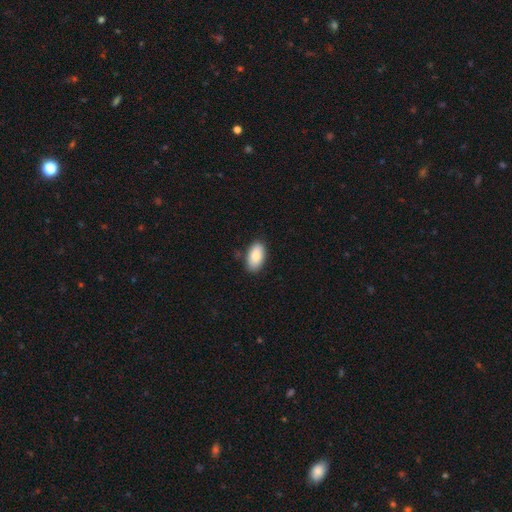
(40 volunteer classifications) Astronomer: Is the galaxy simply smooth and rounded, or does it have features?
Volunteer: smooth — 90%.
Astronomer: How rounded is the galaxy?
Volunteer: in between — 97%.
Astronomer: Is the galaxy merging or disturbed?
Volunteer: none — 87%.